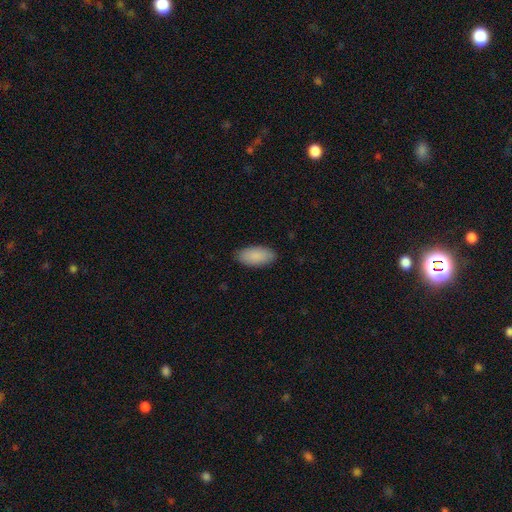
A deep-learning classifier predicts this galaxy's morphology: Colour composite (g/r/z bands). It shows a smooth galaxy with no disk features (90%) that is in between round and cigar-shaped (94%). Merging: none (87%).